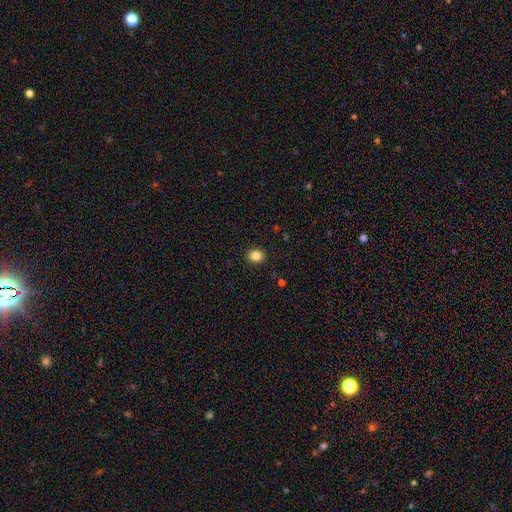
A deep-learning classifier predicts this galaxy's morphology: smooth_or_featured: smooth (p=0.84) [alt: star or artifact p=0.11]
how_rounded: round (p=0.68) [alt: in between p=0.31]
merging: none (p=0.91) [alt: minor disturbance p=0.06]